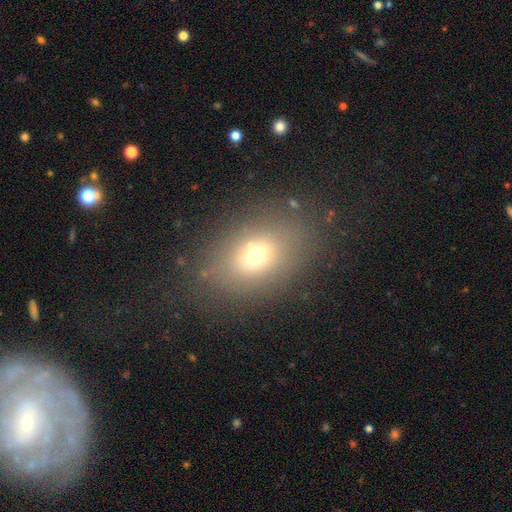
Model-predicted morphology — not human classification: Overall: smooth (66%). How rounded: in between (73%). Merging: none (77%).